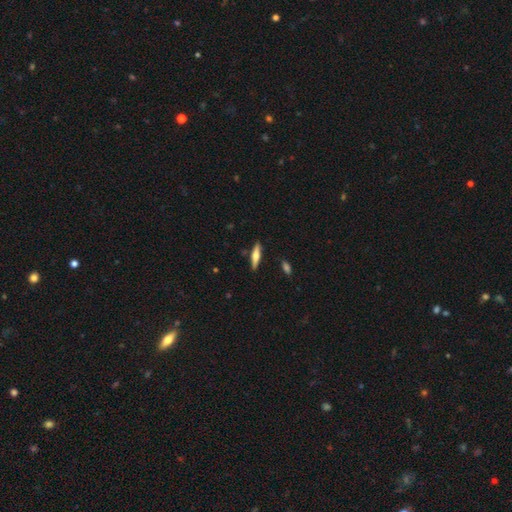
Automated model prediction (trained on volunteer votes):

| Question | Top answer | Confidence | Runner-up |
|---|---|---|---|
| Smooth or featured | featured or disk | 48% | smooth (46%) |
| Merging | none | 87% | minor disturbance (9%) |